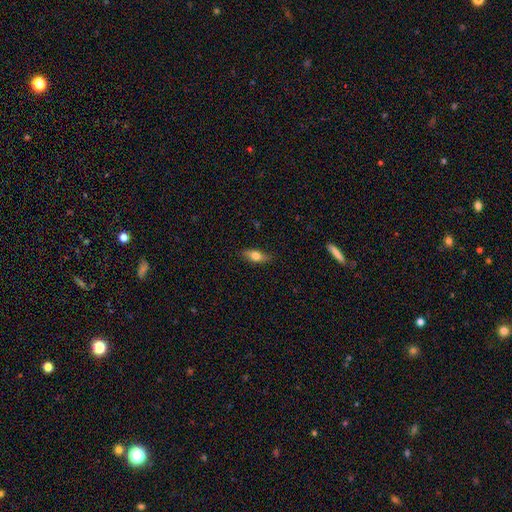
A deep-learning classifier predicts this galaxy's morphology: Smooth or featured? smooth (65%)
How rounded? in between (69%)
Merging? none (84%)